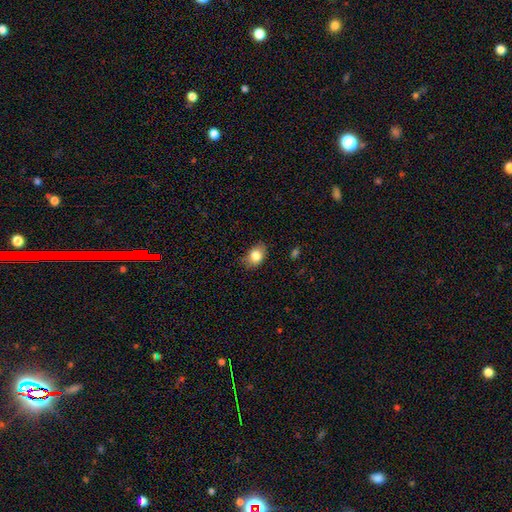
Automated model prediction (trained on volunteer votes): Smooth or featured: smooth — 82% (featured or disk — 9%)
How rounded: in between — 73% (round — 26%)
Merging: none — 71% (minor disturbance — 23%)